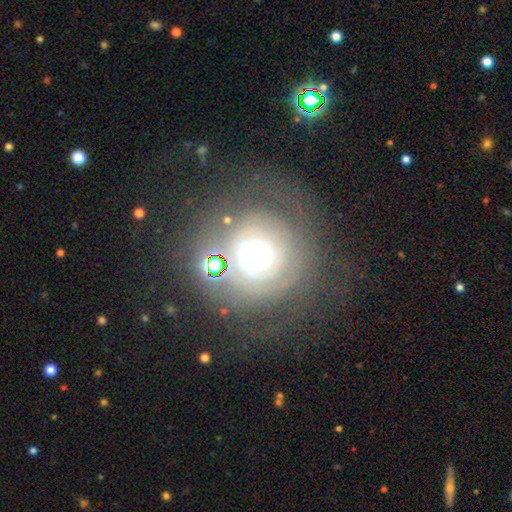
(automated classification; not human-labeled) smooth_or_featured: featured or disk (p=0.60) [alt: smooth p=0.25]
disk_edge_on: no (p=0.96) [alt: yes p=0.04]
bar: no (p=0.86) [alt: weak p=0.10]
has_spiral_arms: yes (p=0.65) [alt: no p=0.35]
bulge_size: moderate (p=0.56) [alt: large p=0.24]
merging: none (p=0.62) [alt: major disturbance p=0.18]